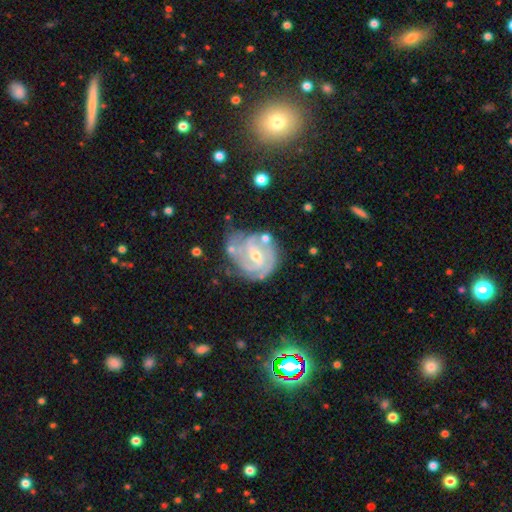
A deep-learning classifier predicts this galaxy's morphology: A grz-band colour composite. It shows a featured or disk galaxy (88%) with a weak bar (51%), 2 (36%) tight (59%) spiral arms (97%) and a small central bulge (55%). Merging: none (62%).